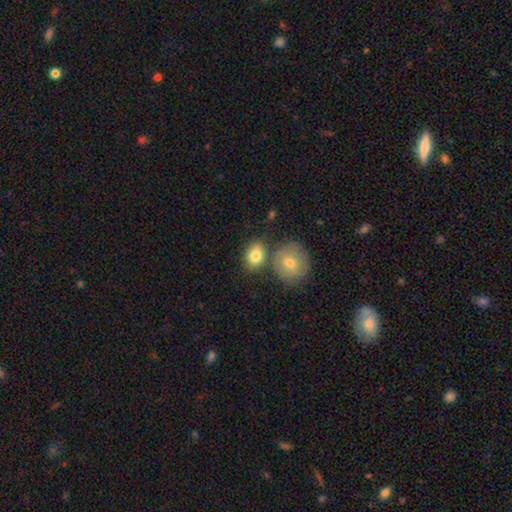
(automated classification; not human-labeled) This appears to be a smooth galaxy with no disk features (81%) that is in between round and cigar-shaped (59%). Merging: none (57%).